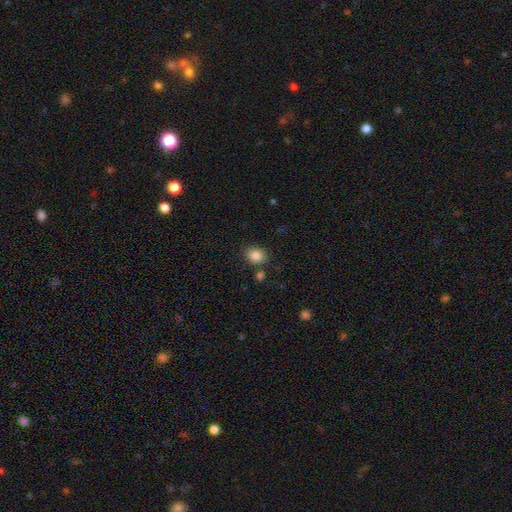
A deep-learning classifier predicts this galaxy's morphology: smooth_or_featured: smooth (p=0.85) [alt: star or artifact p=0.09]
how_rounded: in between (p=0.54) [alt: round p=0.45]
merging: none (p=0.78) [alt: minor disturbance p=0.12]